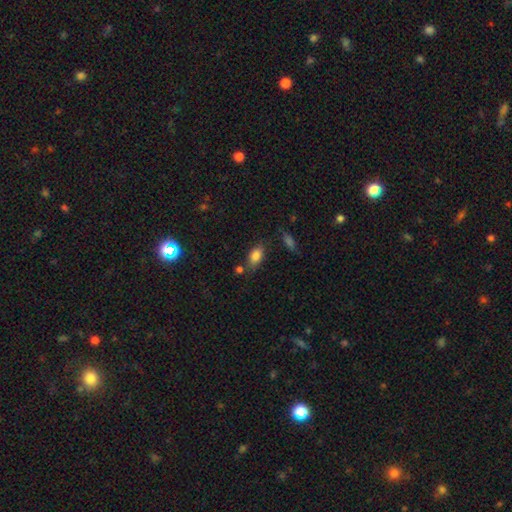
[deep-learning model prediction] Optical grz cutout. It shows a smooth galaxy with no disk features (83%) that is in between round and cigar-shaped (87%). Merging: none (69%).